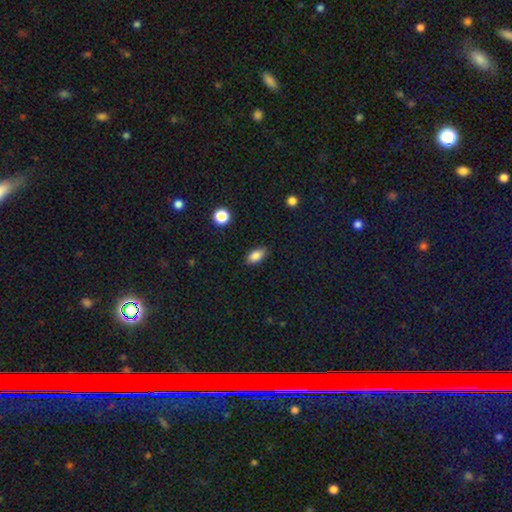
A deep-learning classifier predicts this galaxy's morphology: The model was most divided on "merging": none: 86%, minor disturbance: 11%, major disturbance: 2%, merger: 1%. More confident: how rounded — in between (89%); smooth or featured — smooth (85%).